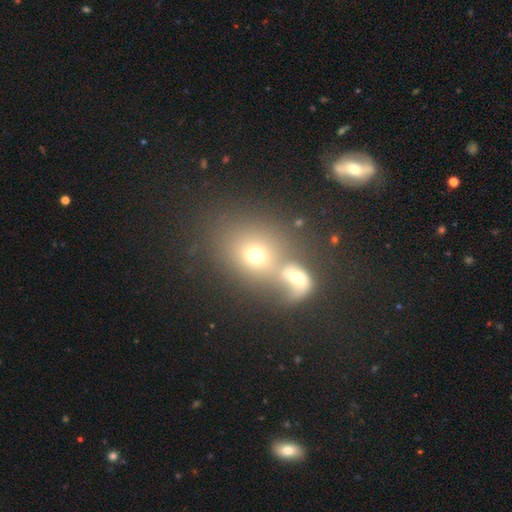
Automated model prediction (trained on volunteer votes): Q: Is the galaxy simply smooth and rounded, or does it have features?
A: smooth — 59%.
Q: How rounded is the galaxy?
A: round — 66%.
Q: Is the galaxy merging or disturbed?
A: merger — 56%.